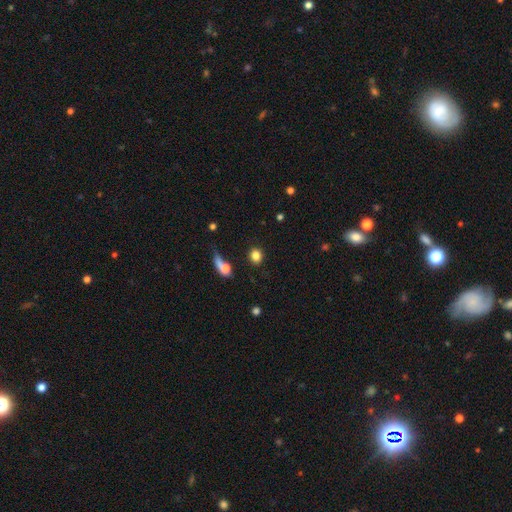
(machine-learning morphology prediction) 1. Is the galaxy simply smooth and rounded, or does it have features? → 83% smooth, 10% star or artifact, 7% featured or disk.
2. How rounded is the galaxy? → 73% round, 25% in between, 2% cigar-shaped.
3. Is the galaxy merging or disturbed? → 80% none, 9% minor disturbance, 6% merger, 5% major disturbance.